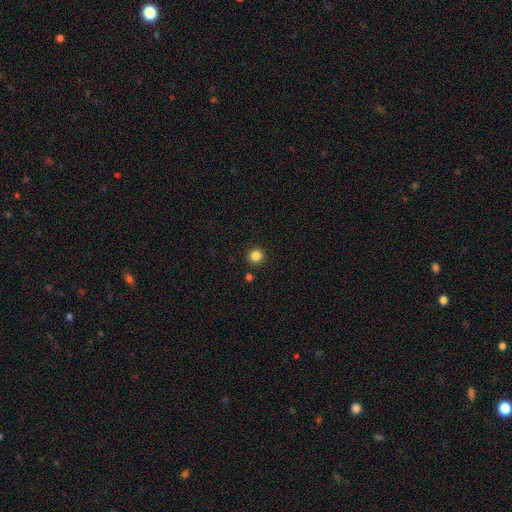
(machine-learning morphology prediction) smooth_or_featured: smooth (p=0.85) [alt: star or artifact p=0.12]
how_rounded: round (p=0.95) [alt: in between p=0.04]
merging: none (p=0.91) [alt: minor disturbance p=0.05]